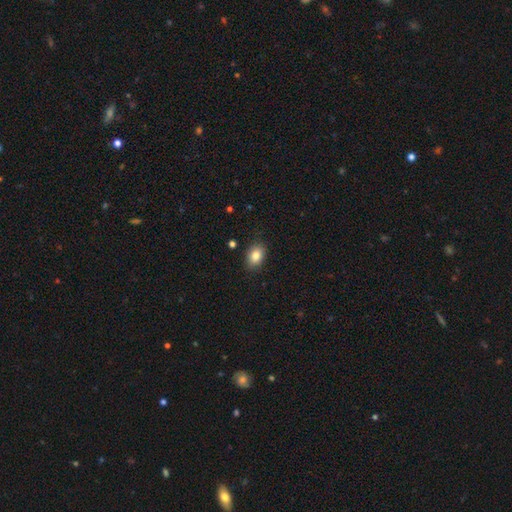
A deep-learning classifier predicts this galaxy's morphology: Q: Smooth or featured?
A: smooth (84%); runner-up: star or artifact (9%)
Q: How rounded?
A: in between (78%); runner-up: round (21%)
Q: Merging?
A: none (86%); runner-up: minor disturbance (10%)